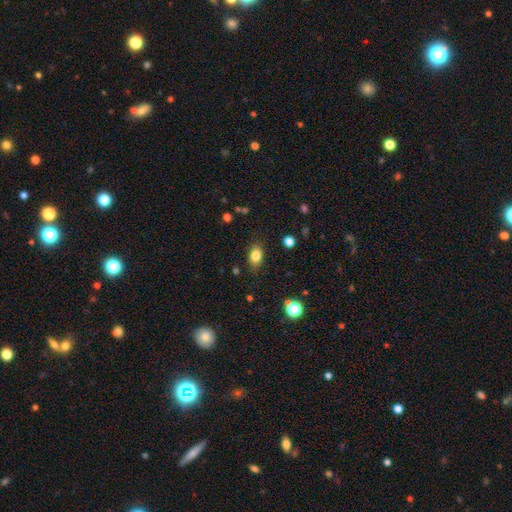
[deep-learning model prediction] This is clearly a smooth galaxy (80%). How rounded: likely in between (76%). Merging: likely none (80%).